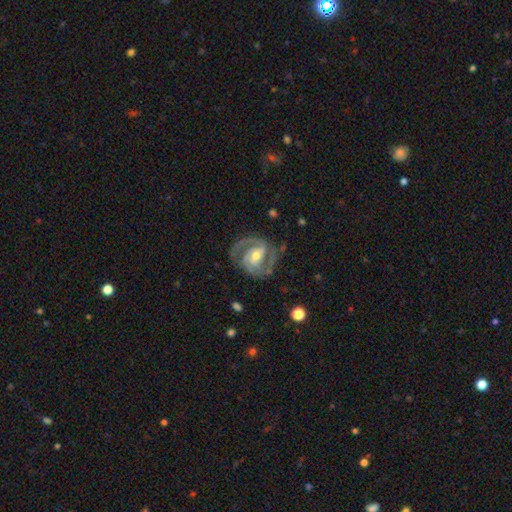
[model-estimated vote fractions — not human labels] smooth-or-featured: featured or disk: 92% | smooth: 4% | star or artifact: 4%
  disk-edge-on: no: 98% | yes: 2%
    bar: weak: 44% | no: 32% | strong: 24%
    has-spiral-arms: yes: 98% | no: 2%
      spiral-winding: medium: 50% | tight: 43% | loose: 7%
      spiral-arm-count: 2: 84% | 3: 8% | can't tell: 3% | 1: 2% | 4: 2% | more than 4: 2%
    bulge-size: moderate: 60% | small: 34% | large: 3% | none: 1% | dominant: 1%
  merging: none: 77% | minor disturbance: 15% | major disturbance: 7% | merger: 1%